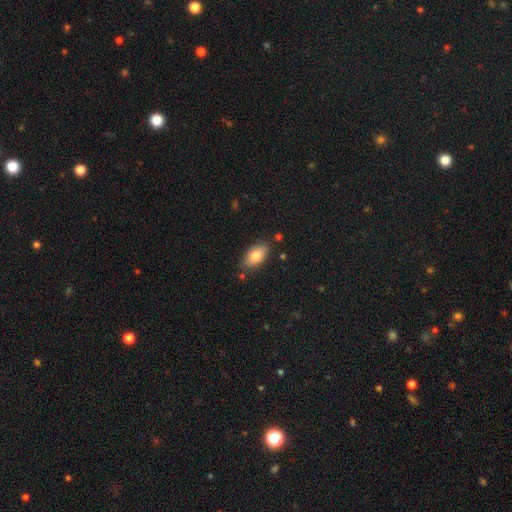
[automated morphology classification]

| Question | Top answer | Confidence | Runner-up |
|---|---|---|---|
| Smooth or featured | smooth | 80% | featured or disk (13%) |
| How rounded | in between | 91% | cigar-shaped (5%) |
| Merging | none | 81% | minor disturbance (13%) |